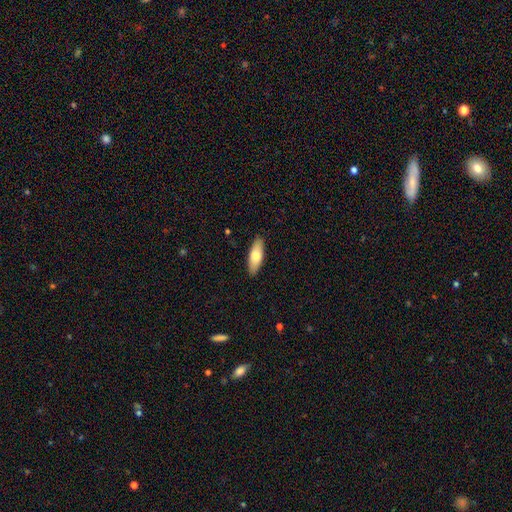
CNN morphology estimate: smooth 74%, featured or disk 20%, star or artifact 6%. Down the decision tree: how rounded — in between (69%); merging — none (89%).